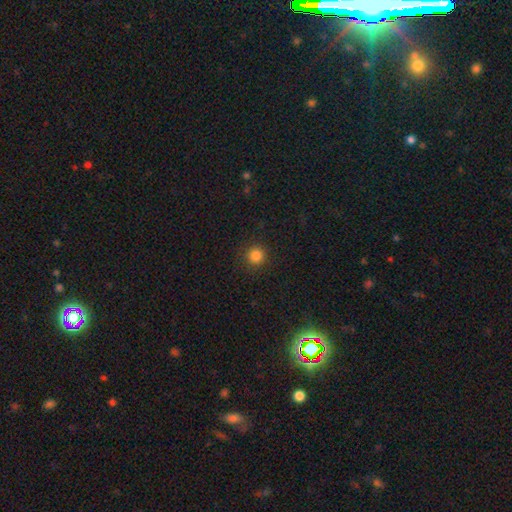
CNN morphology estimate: Overall: smooth (83%). How rounded: round (95%). Merging: none (91%).